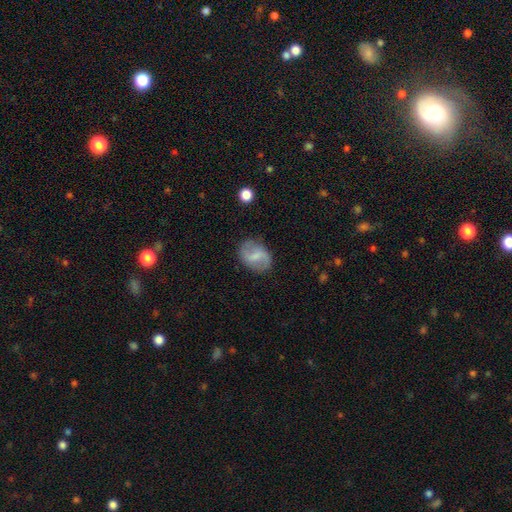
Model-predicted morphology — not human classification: Smooth or featured? Predicted: featured or disk (p=0.57). Edge-on disk? Predicted: no (p=0.97). Bar? Predicted: weak (p=0.52). Spiral arms? Predicted: yes (p=0.79). Bulge size? Predicted: small (p=0.43). Merging? Predicted: none (p=0.78).